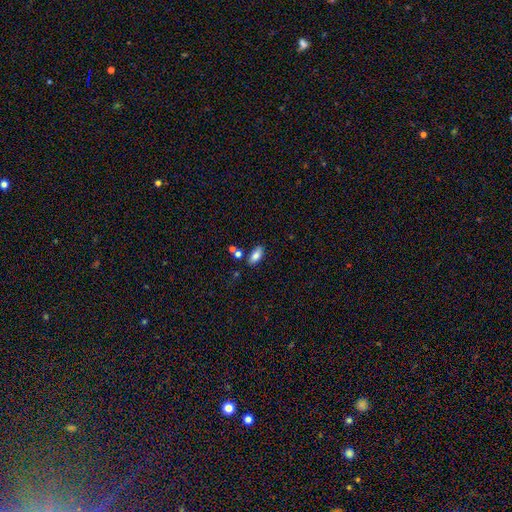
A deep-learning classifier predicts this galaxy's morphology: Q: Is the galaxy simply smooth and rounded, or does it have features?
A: smooth — 81%.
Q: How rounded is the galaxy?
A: in between — 89%.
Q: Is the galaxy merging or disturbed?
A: none — 77%.